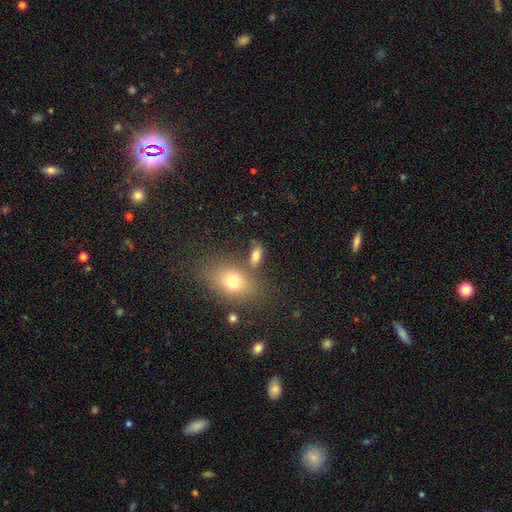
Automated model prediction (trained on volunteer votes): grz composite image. It shows a smooth galaxy with no disk features (76%) that is in between round and cigar-shaped (82%). Merging: none (64%).